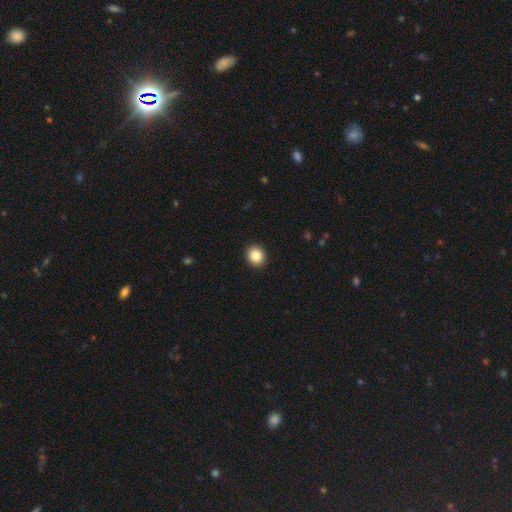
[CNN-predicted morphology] Overall: smooth (86%). How rounded: round (73%). Merging: none (93%).